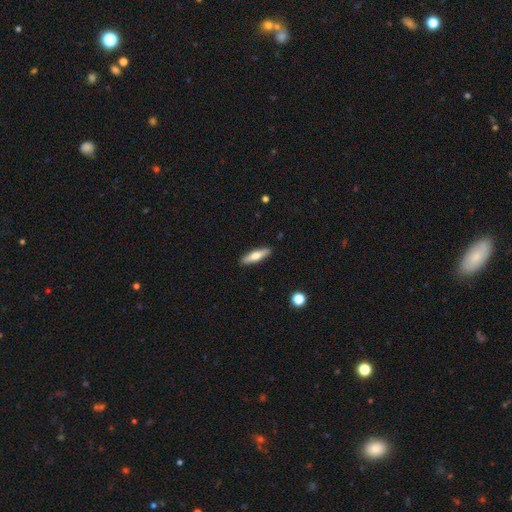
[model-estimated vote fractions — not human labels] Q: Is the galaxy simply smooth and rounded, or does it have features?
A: smooth — 61%.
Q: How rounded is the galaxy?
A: cigar-shaped — 69%.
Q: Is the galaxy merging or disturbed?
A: none — 90%.